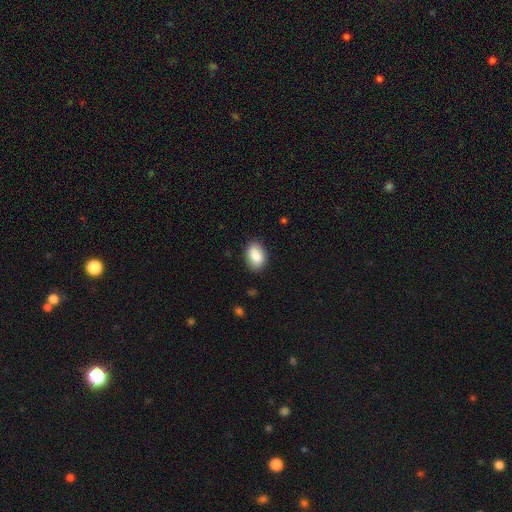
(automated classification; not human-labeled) Smooth or featured: smooth — 86% (featured or disk — 7%)
How rounded: in between — 85% (round — 14%)
Merging: none — 84% (minor disturbance — 12%)